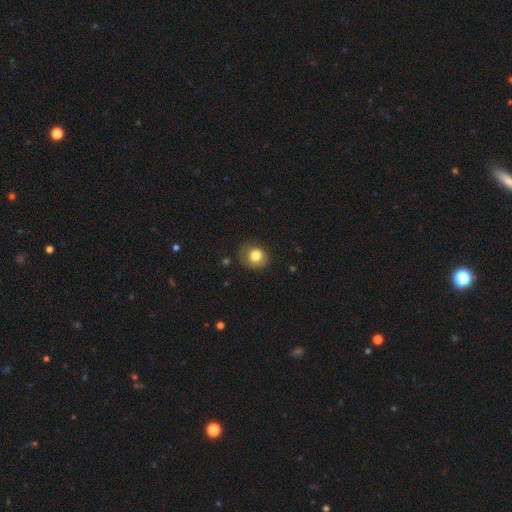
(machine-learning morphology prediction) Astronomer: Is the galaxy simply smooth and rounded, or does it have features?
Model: smooth — 80%.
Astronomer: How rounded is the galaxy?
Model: round — 83%.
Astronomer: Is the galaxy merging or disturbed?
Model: none — 76%.